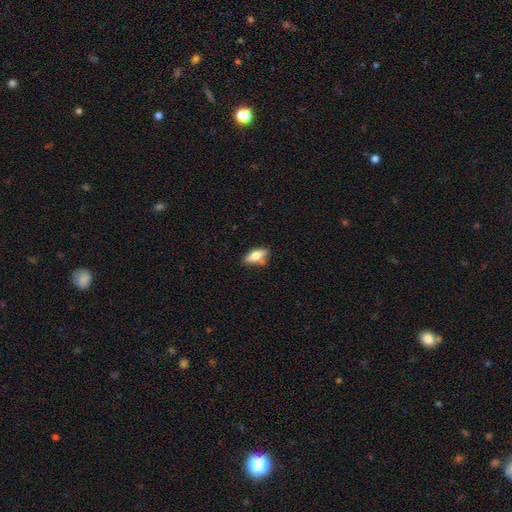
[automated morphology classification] Smooth or featured: smooth — 62% (featured or disk — 31%)
How rounded: in between — 73% (cigar-shaped — 23%)
Merging: none — 63% (minor disturbance — 20%)